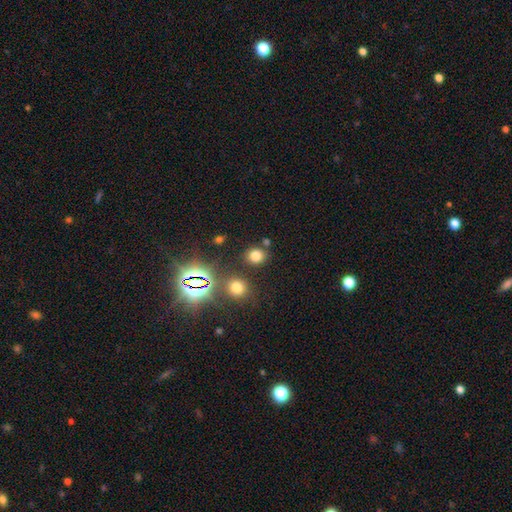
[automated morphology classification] smooth-or-featured: smooth: 73% | star or artifact: 21% | featured or disk: 7%
  how-rounded: round: 73% | in between: 26% | cigar-shaped: 1%
  merging: none: 80% | minor disturbance: 9% | merger: 8% | major disturbance: 4%